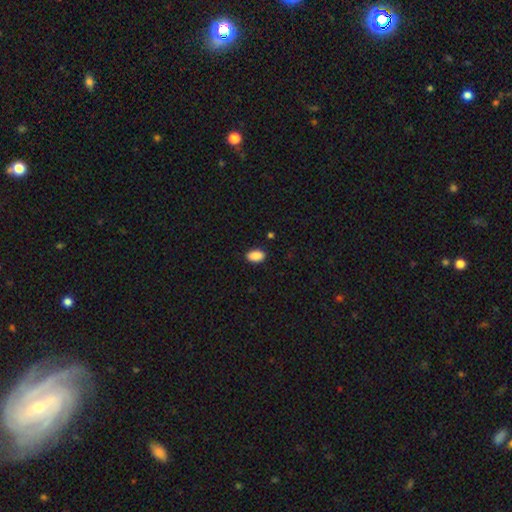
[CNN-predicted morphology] The model was most divided on "merging": none: 88%, minor disturbance: 9%, major disturbance: 2%, merger: 1%. More confident: how rounded — in between (91%); smooth or featured — smooth (90%).